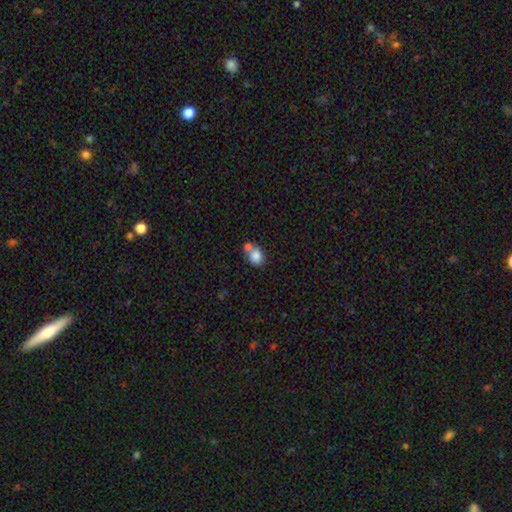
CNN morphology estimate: Smooth or featured: smooth — 82% (featured or disk — 9%)
How rounded: in between — 54% (round — 45%)
Merging: merger — 45% (none — 40%)